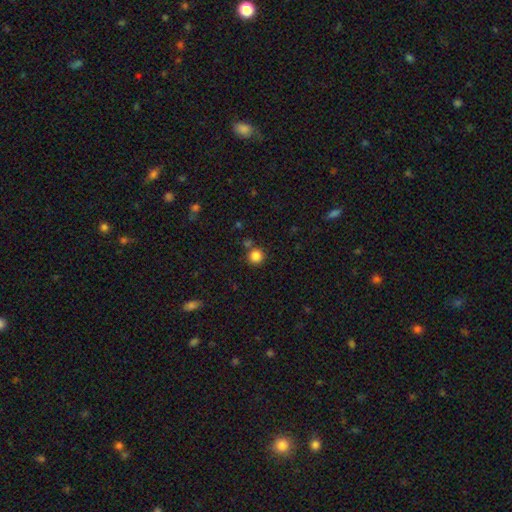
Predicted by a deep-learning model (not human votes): This is clearly a smooth galaxy (85%). How rounded: clearly round (93%). Merging: clearly none (80%).